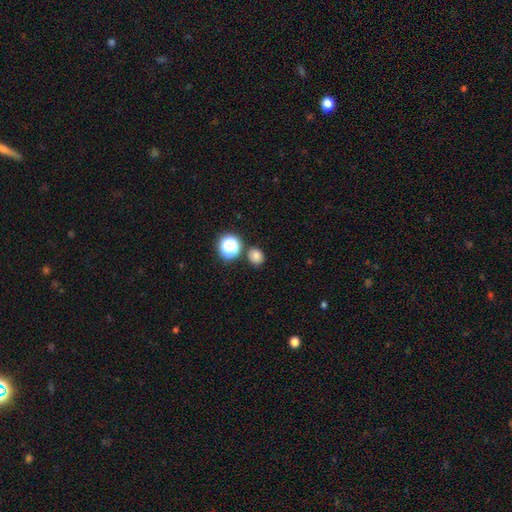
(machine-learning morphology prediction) Smooth or featured?
  - smooth: 77% *
  - star or artifact: 17%
  - featured or disk: 5%
How rounded?
  - round: 75% *
  - in between: 24%
  - cigar-shaped: 1%
Merging?
  - none: 81% *
  - minor disturbance: 9%
  - merger: 7%
  - major disturbance: 3%